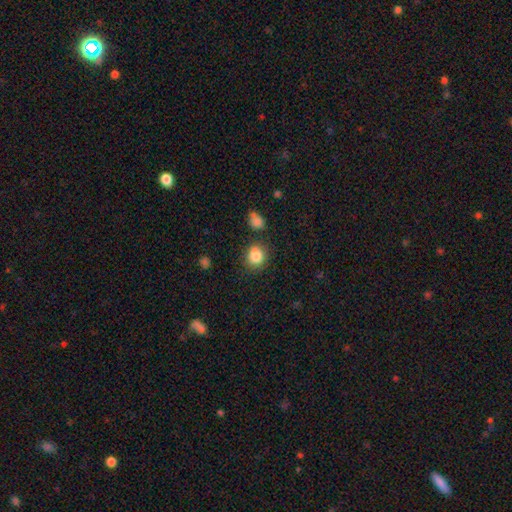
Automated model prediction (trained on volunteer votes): Smooth or featured?
  - smooth: 85% *
  - star or artifact: 10%
  - featured or disk: 5%
How rounded?
  - round: 71% *
  - in between: 28%
  - cigar-shaped: 1%
Merging?
  - none: 78% *
  - minor disturbance: 12%
  - merger: 6%
  - major disturbance: 4%